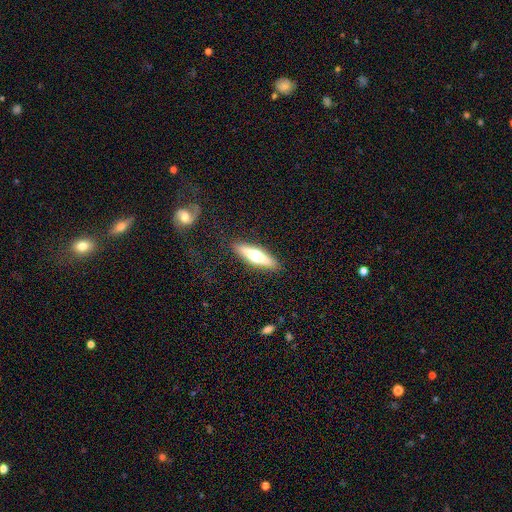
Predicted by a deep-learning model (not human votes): Smooth or featured? featured or disk (52%)
Edge-on disk? yes (92%)
Merging? none (88%)